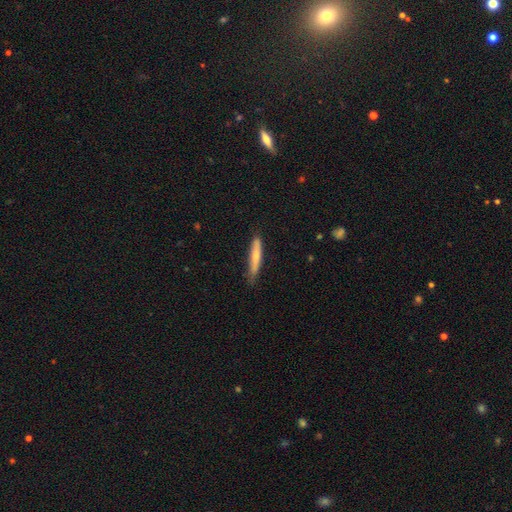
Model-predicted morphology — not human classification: Smooth or featured? smooth (68%)
How rounded? cigar-shaped (90%)
Merging? none (76%)